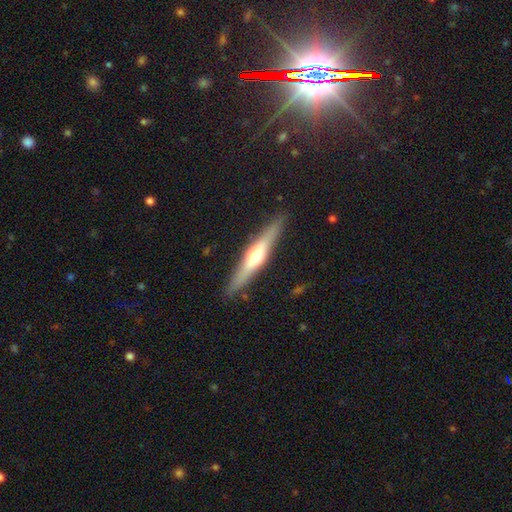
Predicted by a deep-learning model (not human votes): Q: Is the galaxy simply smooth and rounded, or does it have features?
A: featured or disk — 63%.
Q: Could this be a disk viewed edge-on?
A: yes — 96%.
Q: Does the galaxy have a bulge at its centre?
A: rounded — 88%.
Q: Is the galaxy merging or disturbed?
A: none — 89%.